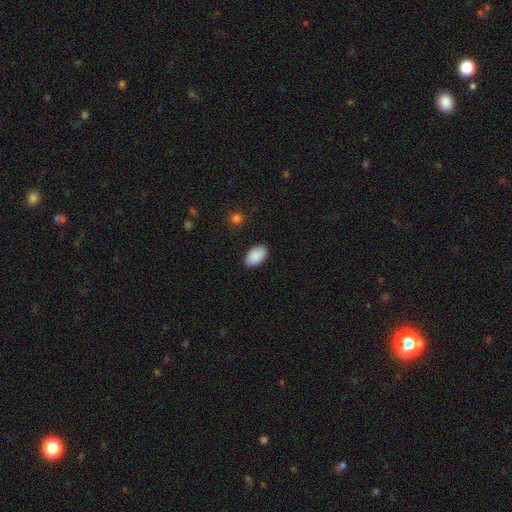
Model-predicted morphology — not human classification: type=smooth (90%); roundness=in between (94%); merging=none (88%).